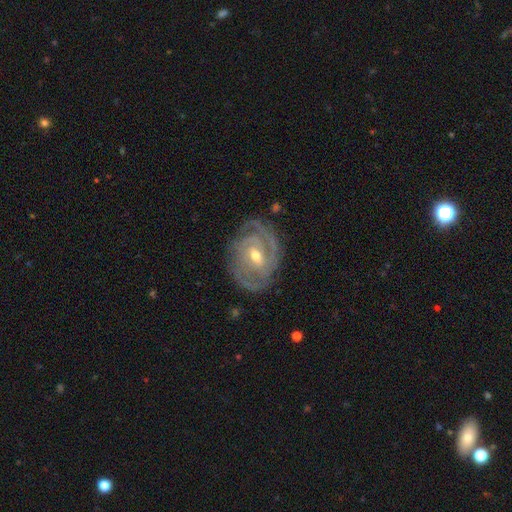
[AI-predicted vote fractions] Overall: featured or disk (89%). Edge-on disk: no (97%). Bar: weak (50%; no 28%). Spiral arms: yes (97%). Spiral arm count: 2 (36%; 3 29%). Spiral winding: tight (69%). Bulge size: moderate (57%; small 40%). Merging: none (76%).